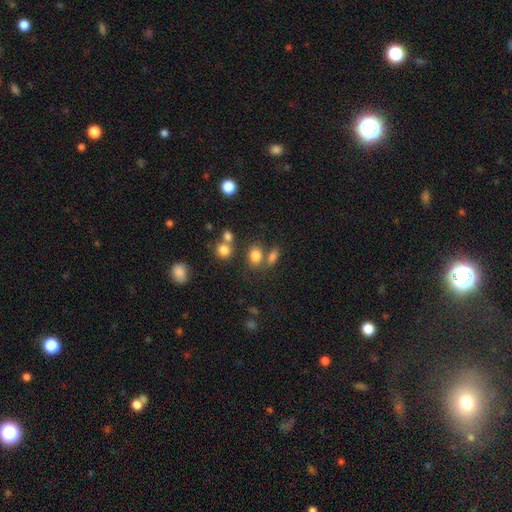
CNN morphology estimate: Smooth or featured? Predicted: smooth (p=0.79). How rounded? Predicted: in between (p=0.60). Merging? Predicted: none (p=0.58).